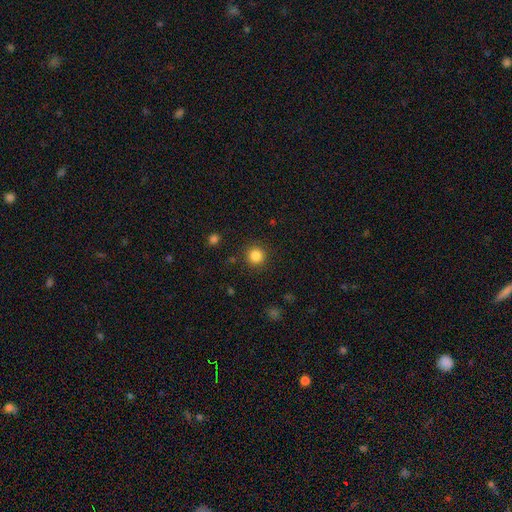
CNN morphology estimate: smooth 85%, star or artifact 11%, featured or disk 4%. Down the decision tree: how rounded — round (95%); merging — none (90%).